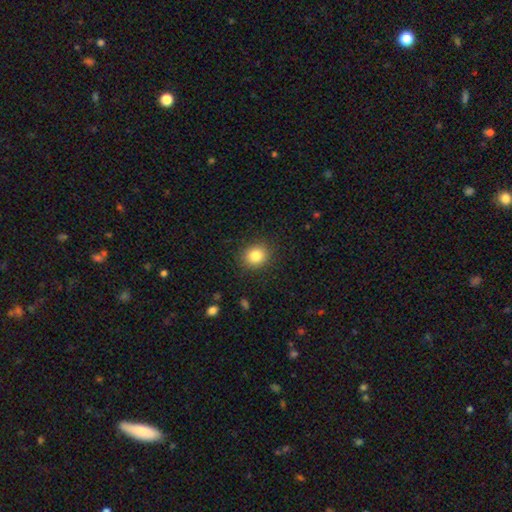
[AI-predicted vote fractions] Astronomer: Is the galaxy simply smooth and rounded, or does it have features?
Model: smooth — 83%.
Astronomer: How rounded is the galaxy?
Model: round — 77%.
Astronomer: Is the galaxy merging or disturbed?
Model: none — 89%.